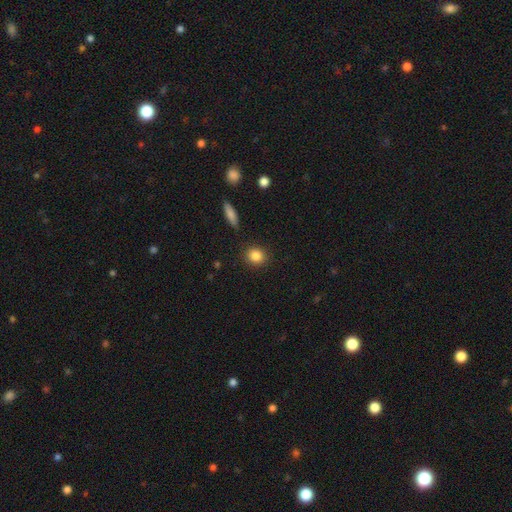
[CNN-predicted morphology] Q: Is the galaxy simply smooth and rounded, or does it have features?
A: smooth — 86%.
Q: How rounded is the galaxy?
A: round — 78%.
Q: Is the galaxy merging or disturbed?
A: none — 89%.